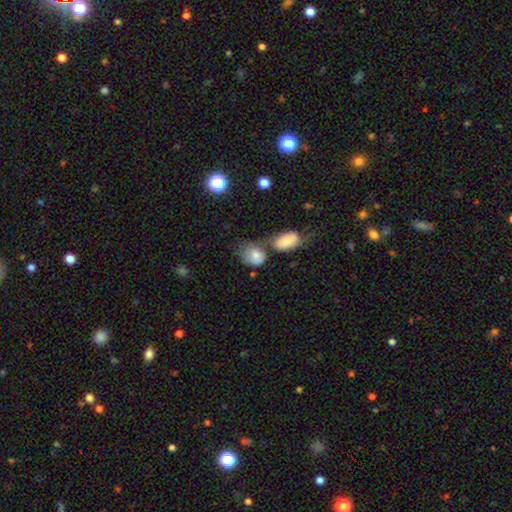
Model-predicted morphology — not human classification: Q: Smooth or featured?
A: smooth (75%); runner-up: featured or disk (17%)
Q: How rounded?
A: in between (59%); runner-up: round (40%)
Q: Merging?
A: merger (38%); runner-up: none (30%)